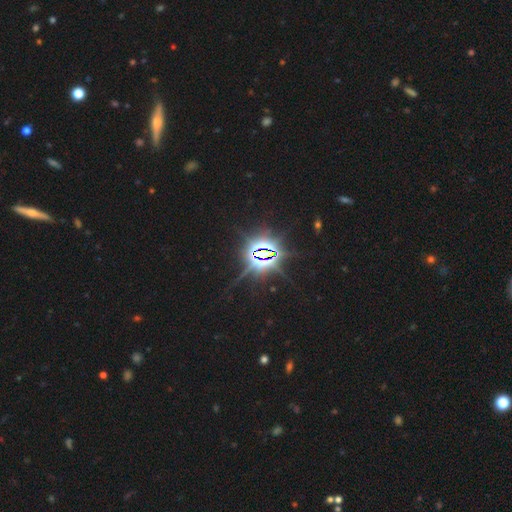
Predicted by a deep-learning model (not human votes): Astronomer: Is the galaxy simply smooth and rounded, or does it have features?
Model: star or artifact — 86%.